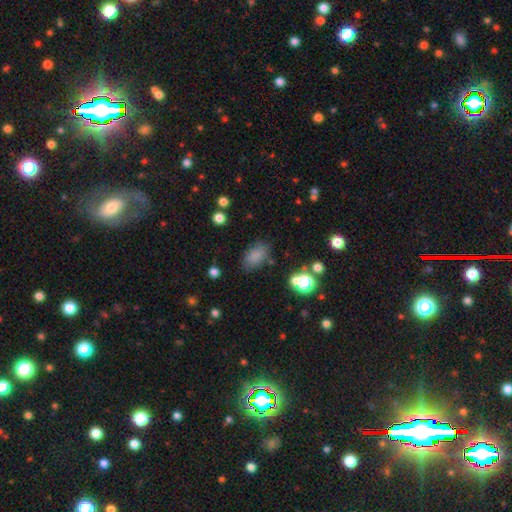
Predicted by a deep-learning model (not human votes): A smooth galaxy with no disk features (81%) that is in between round and cigar-shaped (89%). Merging: none (75%).